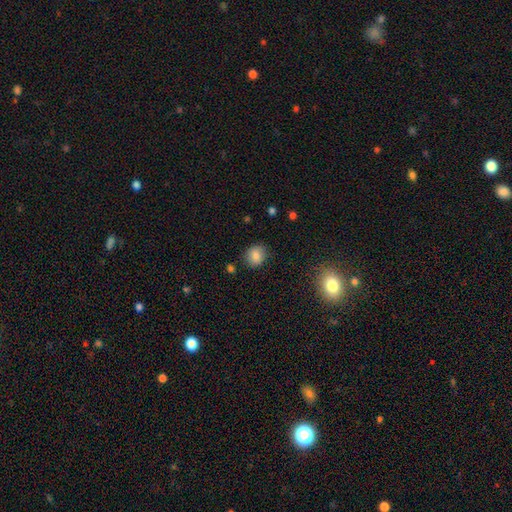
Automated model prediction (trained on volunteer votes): smooth-or-featured: smooth: 82% | star or artifact: 11% | featured or disk: 7%
  how-rounded: round: 74% | in between: 25% | cigar-shaped: 1%
  merging: none: 85% | minor disturbance: 11% | major disturbance: 3% | merger: 2%